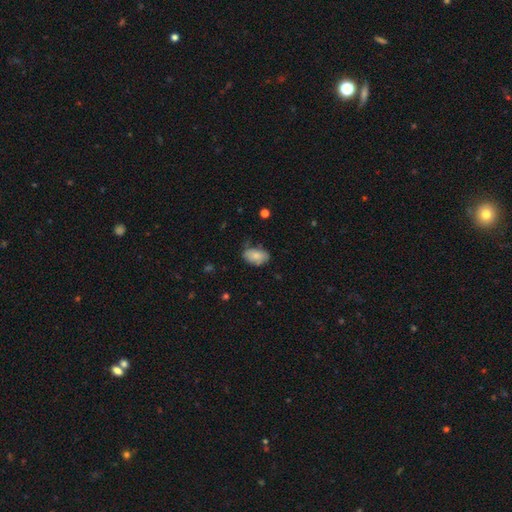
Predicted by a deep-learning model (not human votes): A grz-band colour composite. It shows a smooth galaxy with no disk features (80%) that is in between round and cigar-shaped (90%). Merging: none (62%).